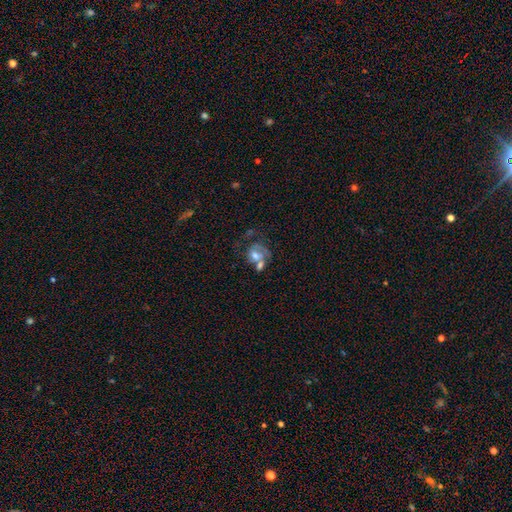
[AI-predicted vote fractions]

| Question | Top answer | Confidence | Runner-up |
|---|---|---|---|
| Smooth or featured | featured or disk | 52% | smooth (39%) |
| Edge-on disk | no | 97% | yes (3%) |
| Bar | no | 72% | weak (22%) |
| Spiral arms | yes | 59% | no (41%) |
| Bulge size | moderate | 53% | large (21%) |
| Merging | merger | 49% | none (21%) |